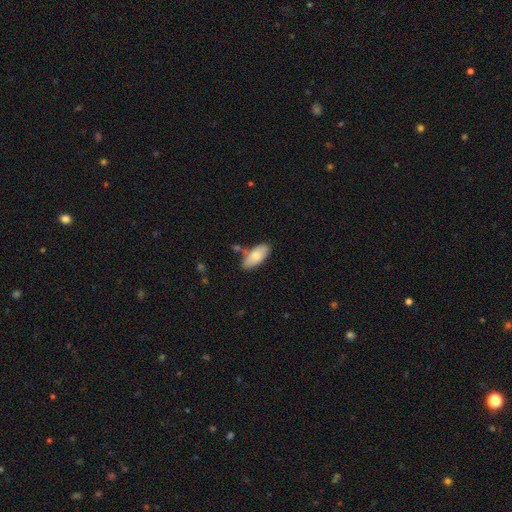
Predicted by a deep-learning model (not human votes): Smooth or featured?
  - smooth: 78% *
  - featured or disk: 16%
  - star or artifact: 6%
How rounded?
  - in between: 89% *
  - cigar-shaped: 8%
  - round: 2%
Merging?
  - none: 71% *
  - minor disturbance: 17%
  - merger: 9%
  - major disturbance: 3%